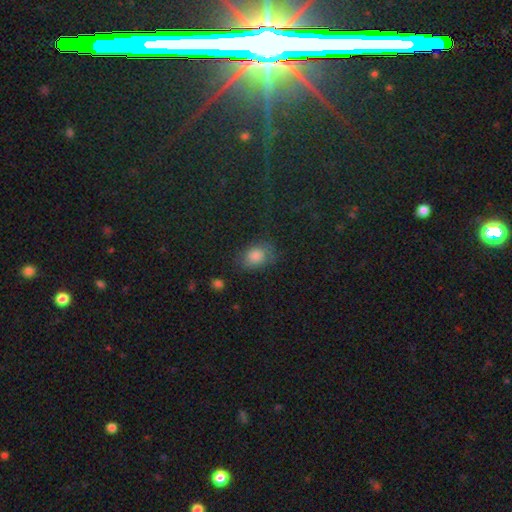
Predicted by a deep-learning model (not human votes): Smooth or featured: smooth — 77% (star or artifact — 15%)
How rounded: in between — 73% (round — 25%)
Merging: none — 71% (minor disturbance — 20%)